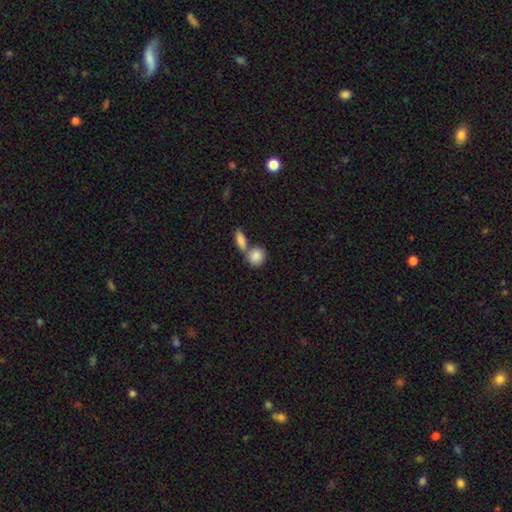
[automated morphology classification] Smooth or featured?
  - smooth: 85% *
  - featured or disk: 8%
  - star or artifact: 7%
How rounded?
  - round: 59% *
  - in between: 38%
  - cigar-shaped: 3%
Merging?
  - merger: 46% *
  - none: 42%
  - minor disturbance: 9%
  - major disturbance: 3%